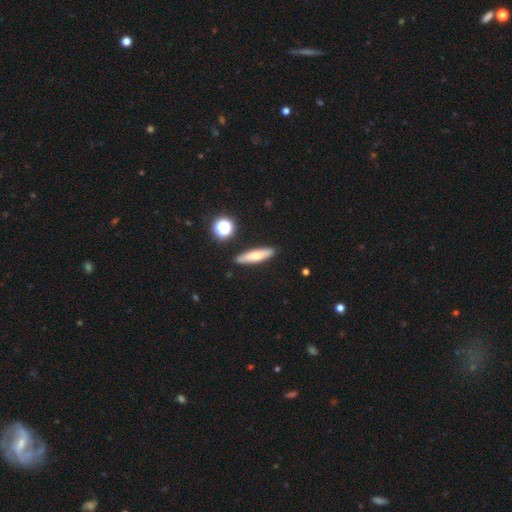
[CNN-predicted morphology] Smooth or featured? smooth (64%)
How rounded? cigar-shaped (77%)
Merging? none (88%)